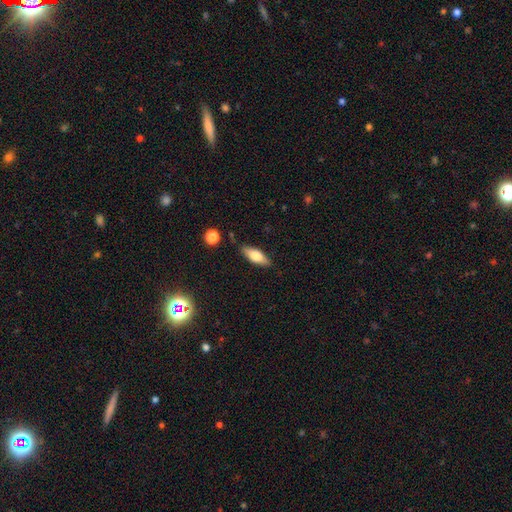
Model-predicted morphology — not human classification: A smooth galaxy with no disk features (69%) that is in between round and cigar-shaped (68%). Merging: none (82%).